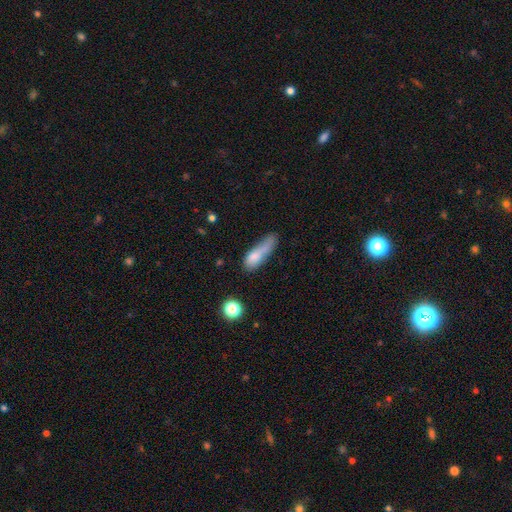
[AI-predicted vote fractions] Overall: smooth (72%). How rounded: cigar-shaped (52%; in between 43%). Merging: major disturbance (28%; minor disturbance 27%).